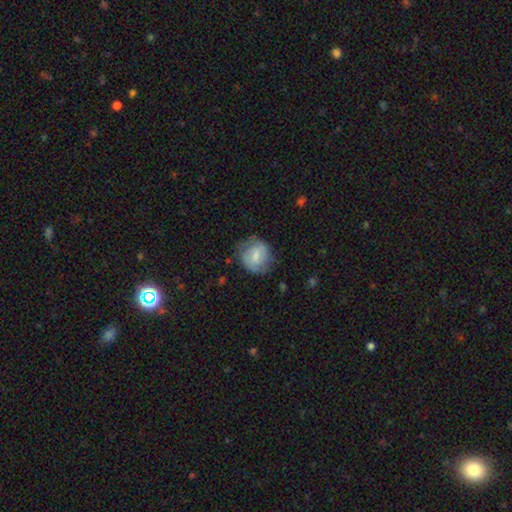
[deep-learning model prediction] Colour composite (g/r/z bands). It shows a smooth galaxy with no disk features (63%) that is round (78%). Merging: none (66%).